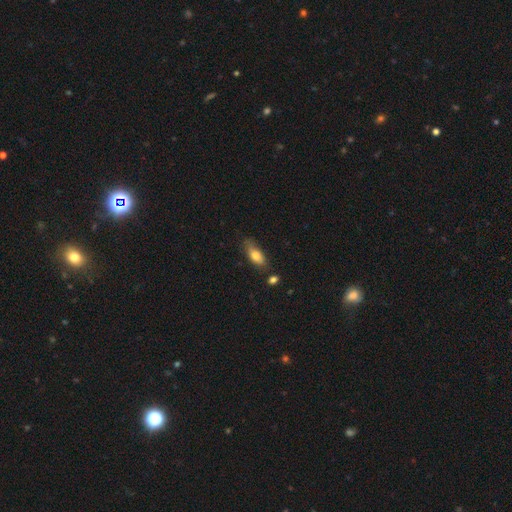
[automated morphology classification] smooth-or-featured: smooth: 77% | featured or disk: 16% | star or artifact: 7%
  how-rounded: in between: 79% | cigar-shaped: 18% | round: 3%
  merging: none: 63% | minor disturbance: 25% | major disturbance: 6% | merger: 5%